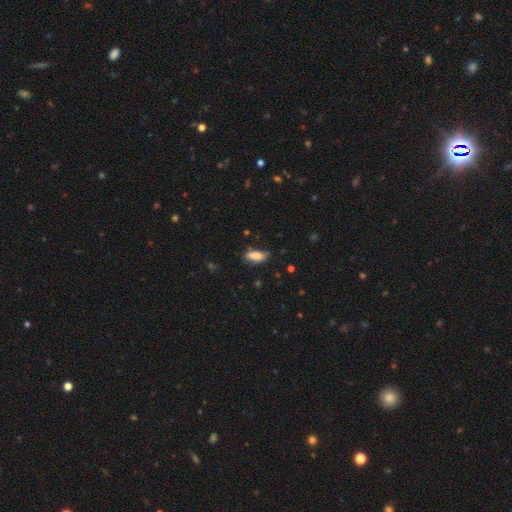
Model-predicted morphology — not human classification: Q: Smooth or featured?
A: smooth (80%); runner-up: featured or disk (12%)
Q: How rounded?
A: in between (81%); runner-up: cigar-shaped (17%)
Q: Merging?
A: none (60%); runner-up: minor disturbance (30%)